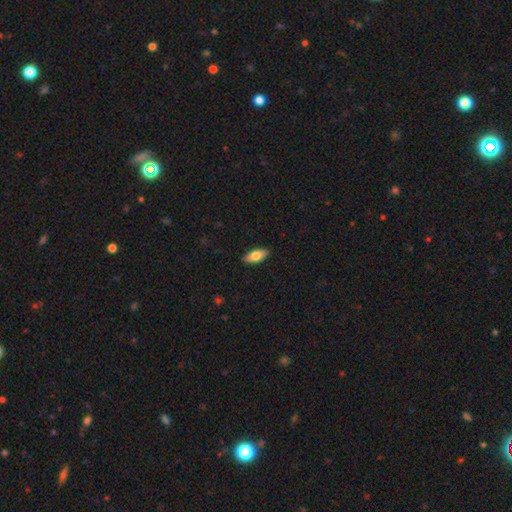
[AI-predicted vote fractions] Overall: smooth (77%). How rounded: in between (84%). Merging: none (89%).